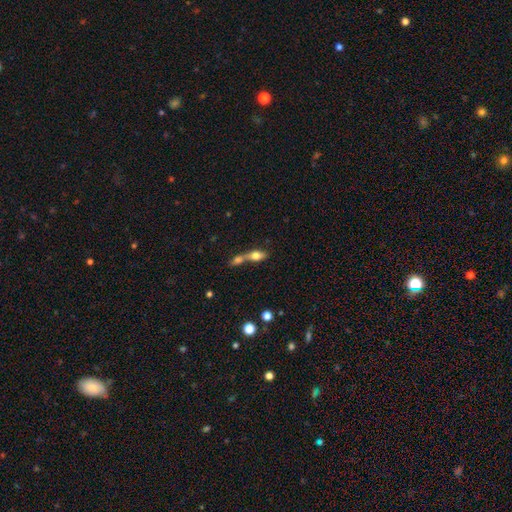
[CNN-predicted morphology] This is likely a smooth galaxy (72%). How rounded: likely in between (73%). Merging: likely merger (71%).